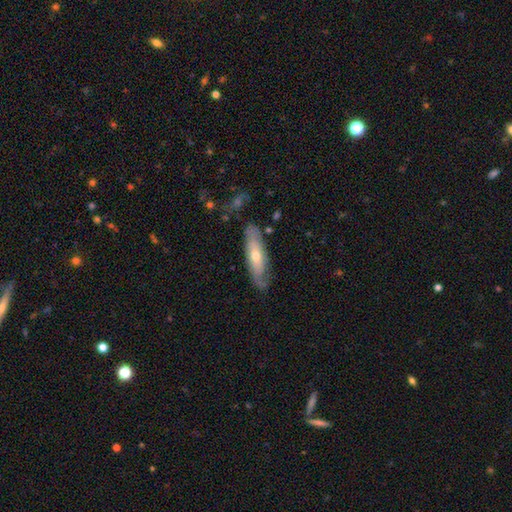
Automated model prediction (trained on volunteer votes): Overall: featured or disk (55%; smooth 38%). Edge-on disk: no (60%; yes 40%). Merging: none (73%).